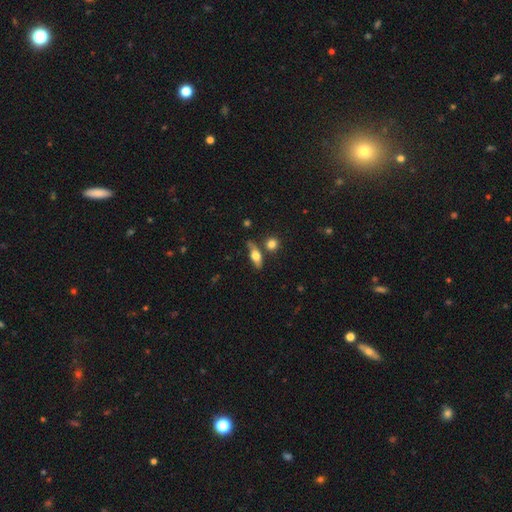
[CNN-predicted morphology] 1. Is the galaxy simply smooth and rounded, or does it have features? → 58% smooth, 34% featured or disk, 8% star or artifact.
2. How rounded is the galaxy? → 63% in between, 30% cigar-shaped, 7% round.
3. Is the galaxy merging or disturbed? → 66% none, 17% minor disturbance, 11% merger, 5% major disturbance.